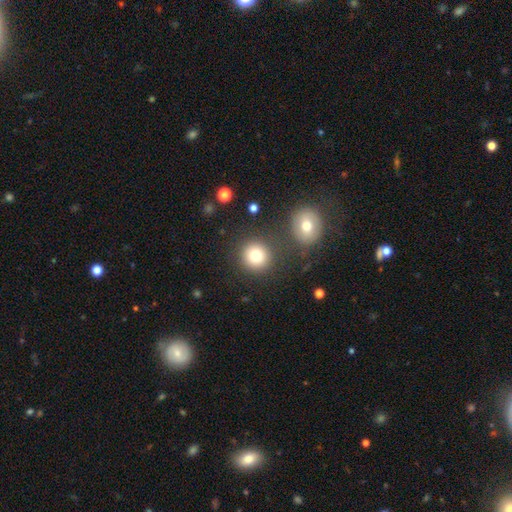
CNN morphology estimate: smooth 79%, star or artifact 12%, featured or disk 9%. Down the decision tree: how rounded — round (93%); merging — none (81%).